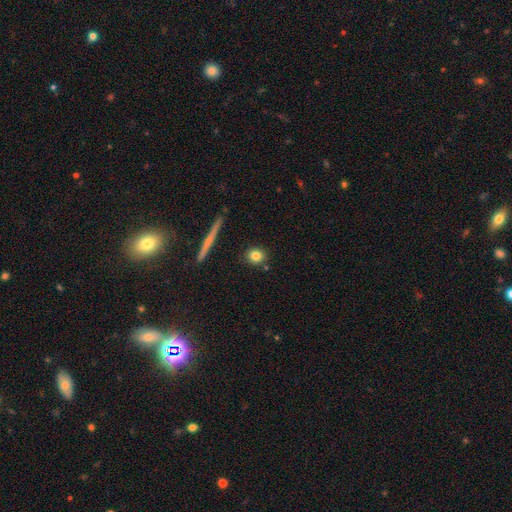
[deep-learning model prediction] smooth_or_featured: smooth (p=0.80) [alt: featured or disk p=0.11]
how_rounded: round (p=0.79) [alt: in between p=0.17]
merging: none (p=0.86) [alt: minor disturbance p=0.08]